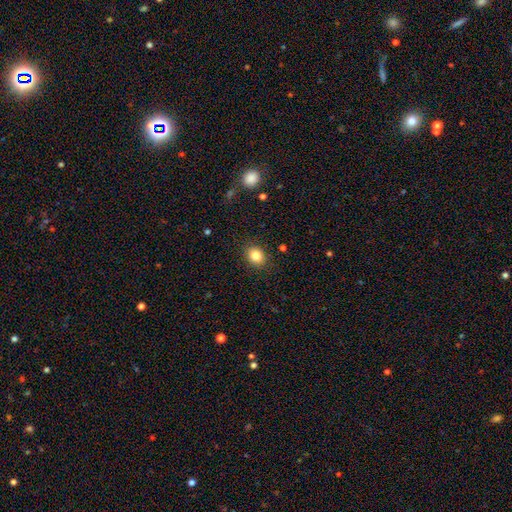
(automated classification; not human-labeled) smooth_or_featured: smooth (p=0.84) [alt: star or artifact p=0.10]
how_rounded: round (p=0.55) [alt: in between p=0.45]
merging: none (p=0.87) [alt: minor disturbance p=0.09]